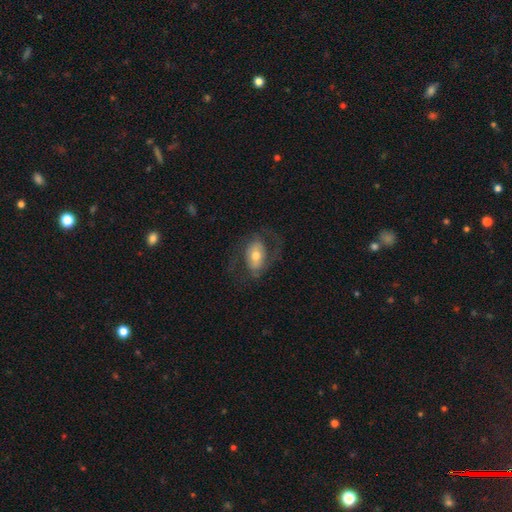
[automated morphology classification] Smooth or featured? featured or disk (54%)
Edge-on disk? no (94%)
Bar? no (48%)
Spiral arms? yes (65%)
Bulge size? moderate (67%)
Merging? none (59%)